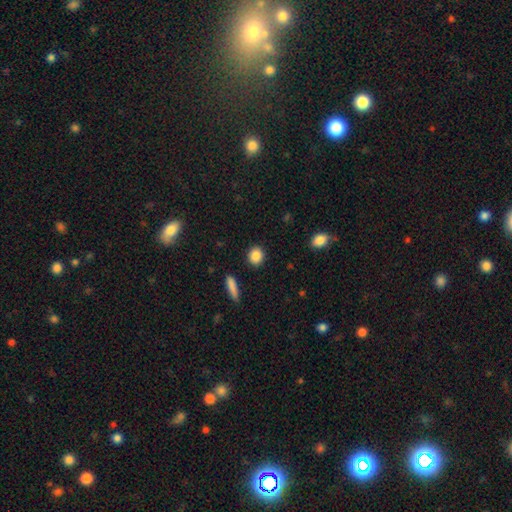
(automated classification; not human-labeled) Smooth or featured? smooth (87%)
How rounded? round (74%)
Merging? none (90%)